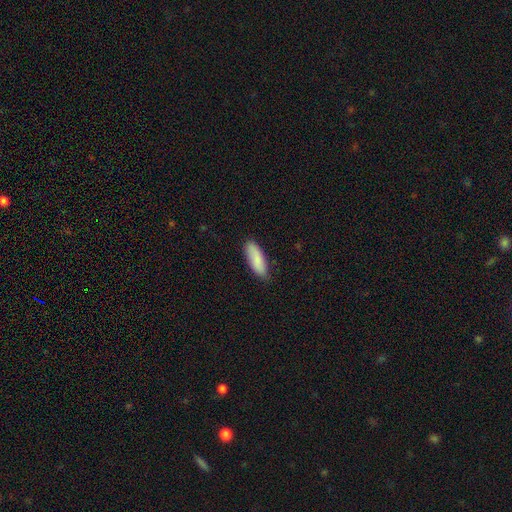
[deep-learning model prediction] Smooth or featured? smooth (86%)
How rounded? in between (63%)
Merging? none (84%)